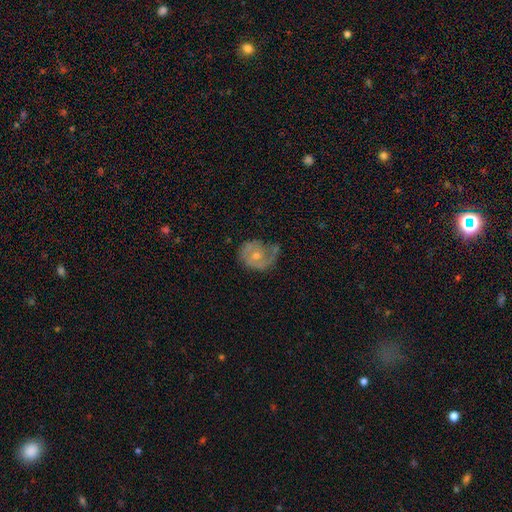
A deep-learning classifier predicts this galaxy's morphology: Smooth or featured? Predicted: featured or disk (p=0.67). Edge-on disk? Predicted: no (p=0.97). Bar? Predicted: no (p=0.70). Spiral arms? Predicted: yes (p=0.80). Spiral winding? Predicted: medium (p=0.40). Spiral arm count? Predicted: 2 (p=0.43). Bulge size? Predicted: moderate (p=0.52). Merging? Predicted: none (p=0.46).